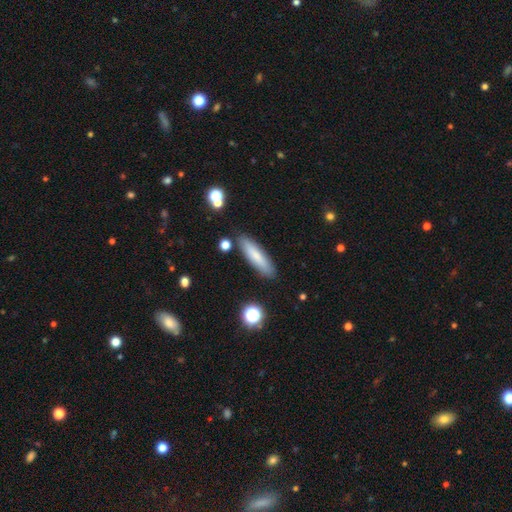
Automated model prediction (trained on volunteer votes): smooth_or_featured: smooth (p=0.75) [alt: featured or disk p=0.18]
how_rounded: cigar-shaped (p=0.75) [alt: in between p=0.23]
merging: none (p=0.86) [alt: minor disturbance p=0.09]